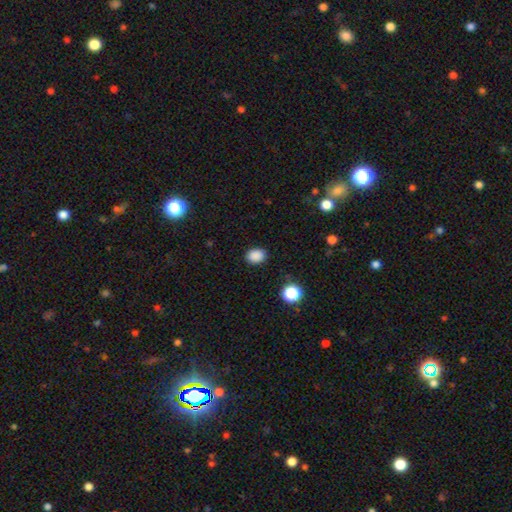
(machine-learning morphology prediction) Smooth or featured: smooth — 87% (star or artifact — 11%)
How rounded: in between — 60% (round — 39%)
Merging: none — 88% (minor disturbance — 8%)